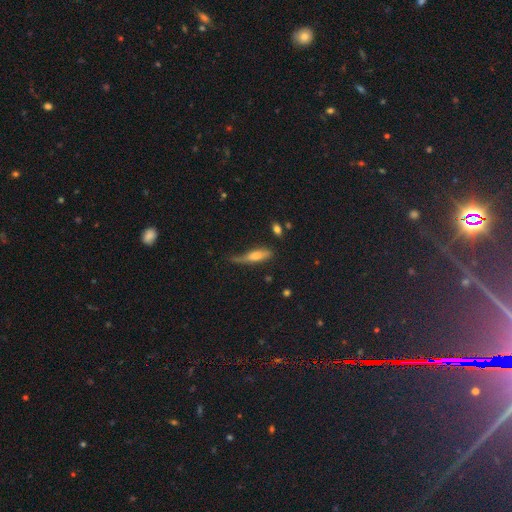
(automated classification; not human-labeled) smooth_or_featured: smooth (p=0.56) [alt: featured or disk p=0.34]
how_rounded: cigar-shaped (p=0.71) [alt: in between p=0.26]
merging: none (p=0.48) [alt: minor disturbance p=0.34]